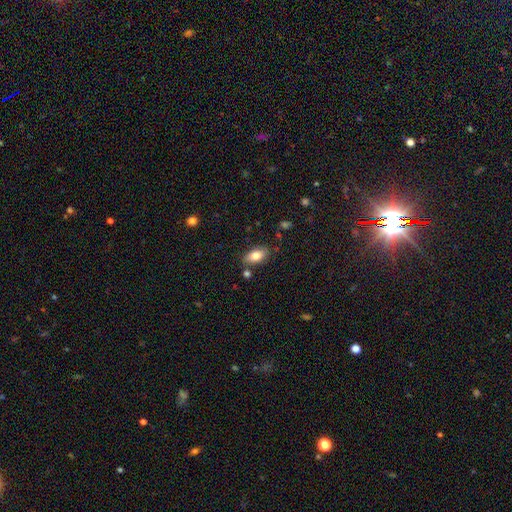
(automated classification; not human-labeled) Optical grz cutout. It shows a smooth galaxy with no disk features (81%) that is in between round and cigar-shaped (91%). Merging: none (78%).